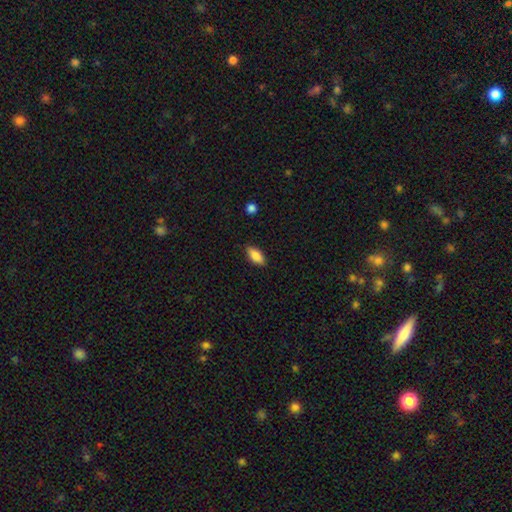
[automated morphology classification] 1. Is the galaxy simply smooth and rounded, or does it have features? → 85% smooth, 7% featured or disk, 7% star or artifact.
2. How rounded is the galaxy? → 88% in between, 10% cigar-shaped, 3% round.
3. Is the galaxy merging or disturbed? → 85% none, 11% minor disturbance, 2% major disturbance, 1% merger.